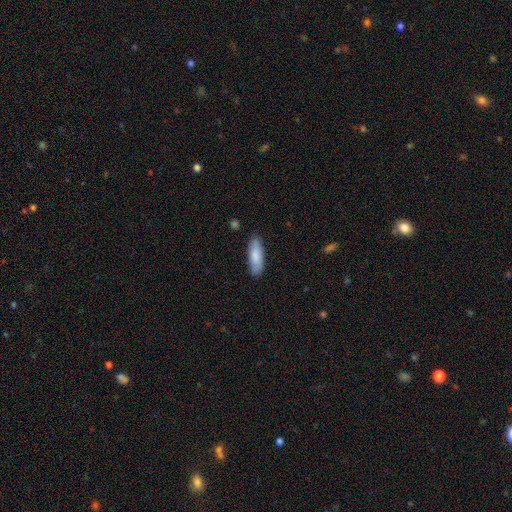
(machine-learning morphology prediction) smooth-or-featured: smooth: 85% | featured or disk: 10% | star or artifact: 5%
  how-rounded: in between: 57% | cigar-shaped: 41% | round: 2%
  merging: none: 85% | minor disturbance: 11% | major disturbance: 2% | merger: 1%